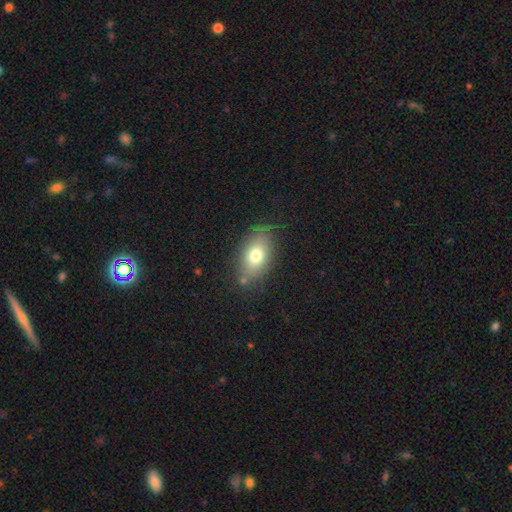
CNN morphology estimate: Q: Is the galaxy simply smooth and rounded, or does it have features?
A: smooth — 75%.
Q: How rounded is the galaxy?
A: in between — 87%.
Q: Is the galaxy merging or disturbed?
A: none — 77%.